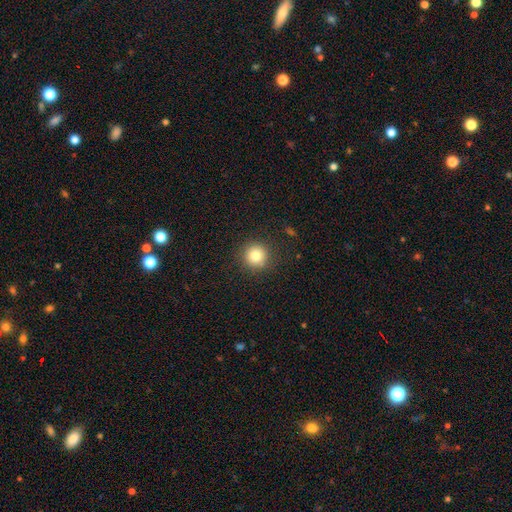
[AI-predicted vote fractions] Smooth or featured: smooth — 81% (star or artifact — 11%)
How rounded: round — 94% (in between — 5%)
Merging: none — 89% (minor disturbance — 7%)